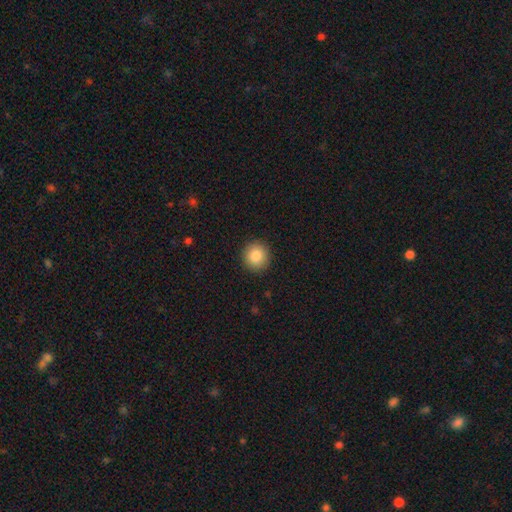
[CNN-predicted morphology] This is clearly a smooth galaxy (84%). How rounded: clearly round (93%). Merging: clearly none (92%).